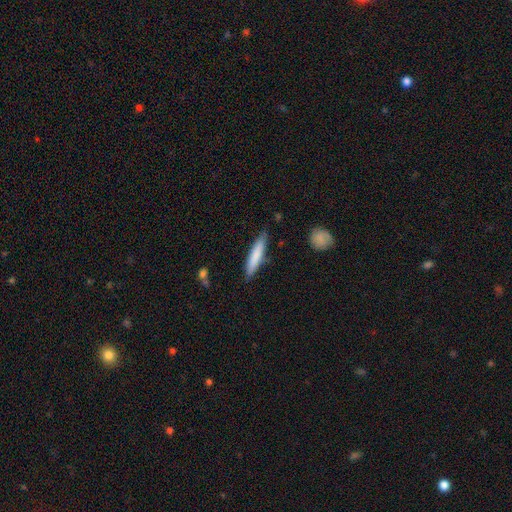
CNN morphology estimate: smooth-or-featured: smooth: 78% | featured or disk: 17% | star or artifact: 6%
  how-rounded: cigar-shaped: 88% | in between: 11% | round: 1%
  merging: none: 83% | minor disturbance: 13% | major disturbance: 2% | merger: 2%